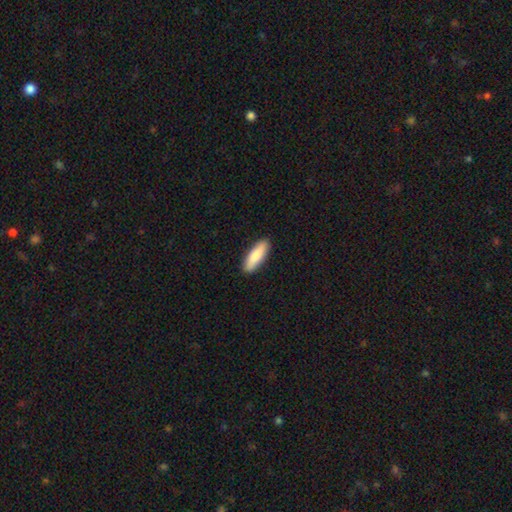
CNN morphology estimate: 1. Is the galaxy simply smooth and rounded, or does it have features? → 83% smooth, 12% featured or disk, 5% star or artifact.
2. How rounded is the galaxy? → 55% in between, 43% cigar-shaped, 2% round.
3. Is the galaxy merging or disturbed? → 90% none, 8% minor disturbance, 2% major disturbance, 1% merger.